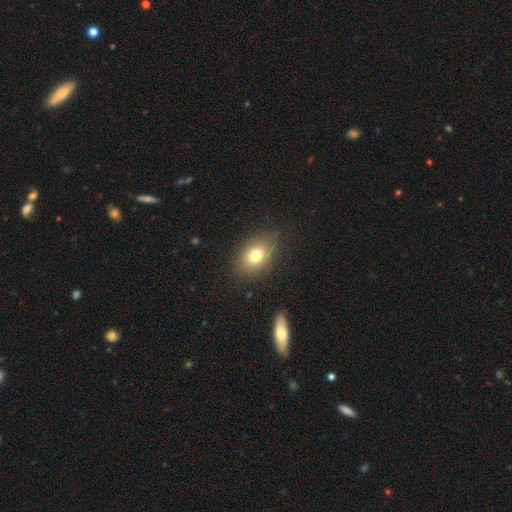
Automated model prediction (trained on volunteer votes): Smooth or featured: smooth — 77% (featured or disk — 12%)
How rounded: in between — 72% (round — 27%)
Merging: none — 85% (minor disturbance — 10%)